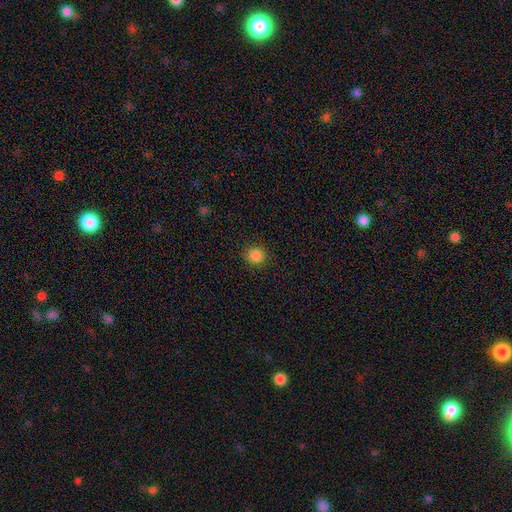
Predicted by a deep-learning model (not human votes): A smooth galaxy with no disk features (85%) that is round (87%). Merging: none (90%).